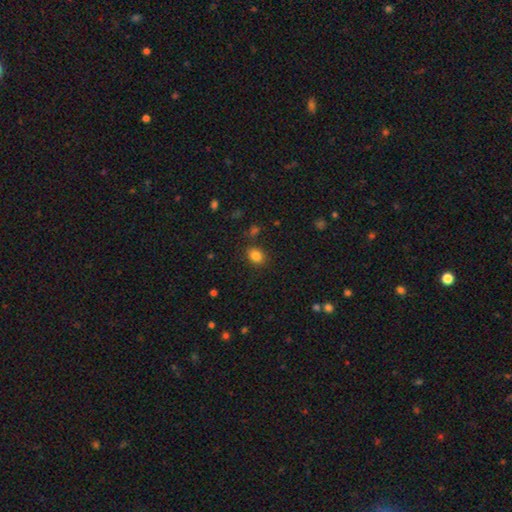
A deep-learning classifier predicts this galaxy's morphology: Smooth or featured: smooth — 84% (star or artifact — 11%)
How rounded: in between — 60% (round — 39%)
Merging: none — 83% (minor disturbance — 10%)